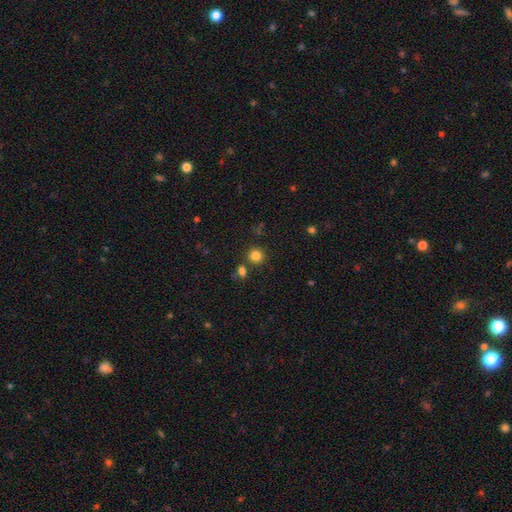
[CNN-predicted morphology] Smooth or featured: smooth — 82% (star or artifact — 13%)
How rounded: round — 91% (in between — 8%)
Merging: none — 82% (merger — 8%)